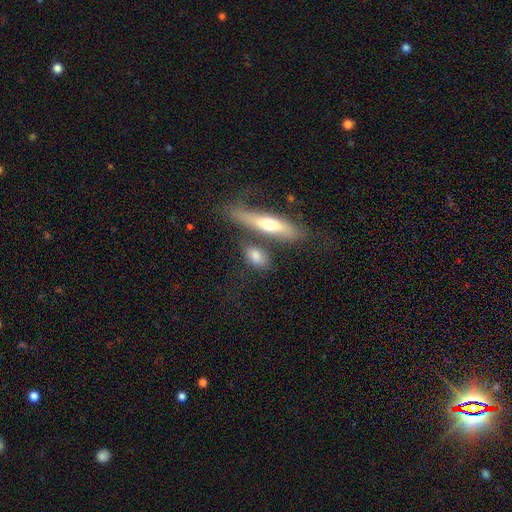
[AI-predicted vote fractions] smooth 70%, featured or disk 22%, star or artifact 8%. Down the decision tree: how rounded — in between (62%); merging — none (58%).